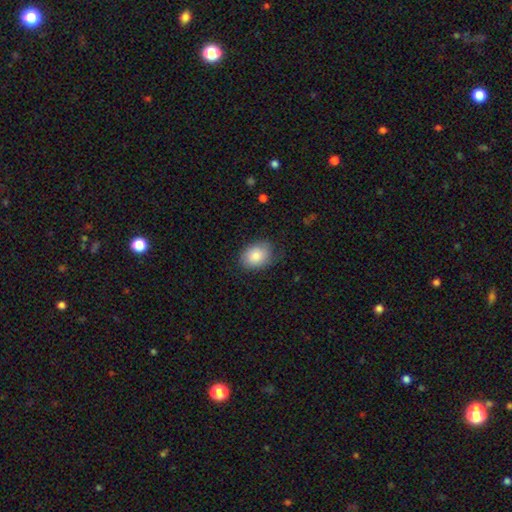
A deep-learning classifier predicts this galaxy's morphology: smooth_or_featured: smooth (p=0.84) [alt: featured or disk p=0.09]
how_rounded: in between (p=0.70) [alt: round p=0.29]
merging: none (p=0.70) [alt: minor disturbance p=0.24]